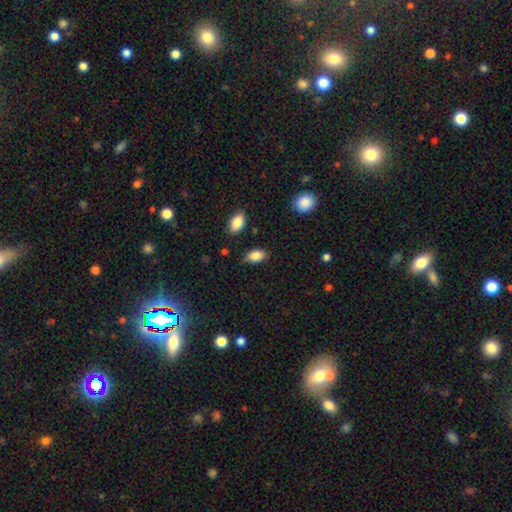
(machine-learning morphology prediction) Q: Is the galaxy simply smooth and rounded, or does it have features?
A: smooth — 86%.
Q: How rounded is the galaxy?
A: in between — 91%.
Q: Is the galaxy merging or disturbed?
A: none — 76%.